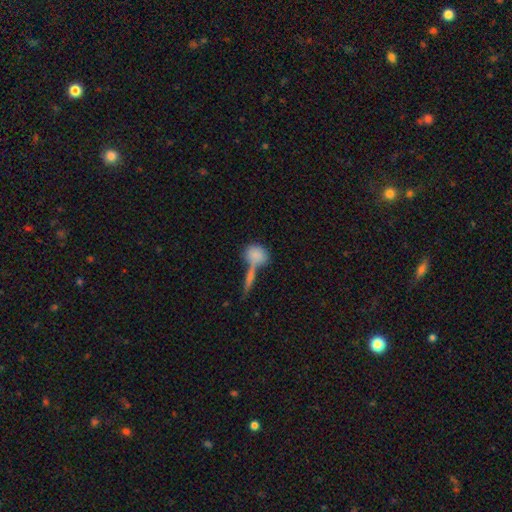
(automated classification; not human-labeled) A smooth galaxy with no disk features (79%) that is in between round and cigar-shaped (47%). Merging: none (41%).